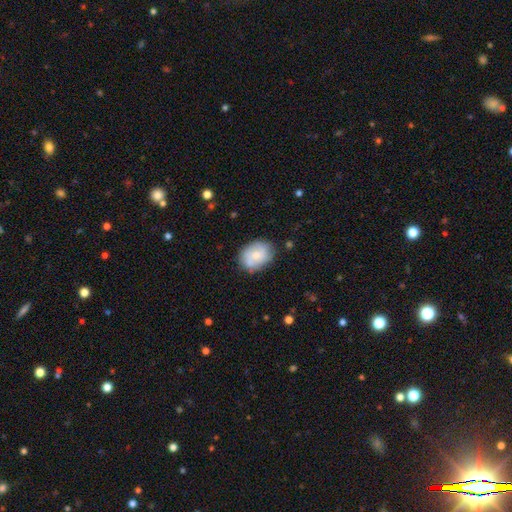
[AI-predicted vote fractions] smooth-or-featured: smooth: 61% | featured or disk: 31% | star or artifact: 7%
  how-rounded: in between: 58% | round: 41% | cigar-shaped: 1%
  merging: none: 68% | minor disturbance: 20% | merger: 6% | major disturbance: 5%